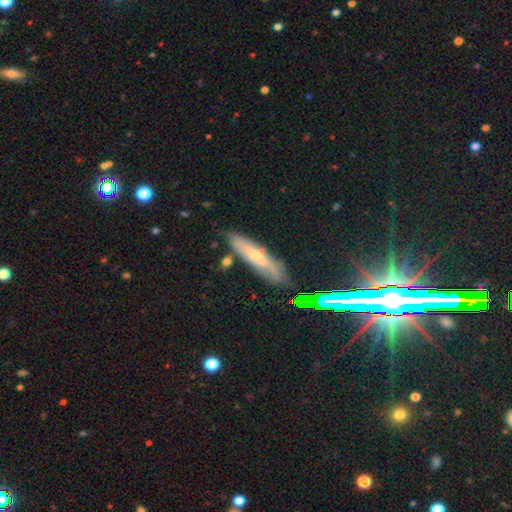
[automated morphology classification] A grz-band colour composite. It shows a featured or disk galaxy (49%). Merging: none (74%).